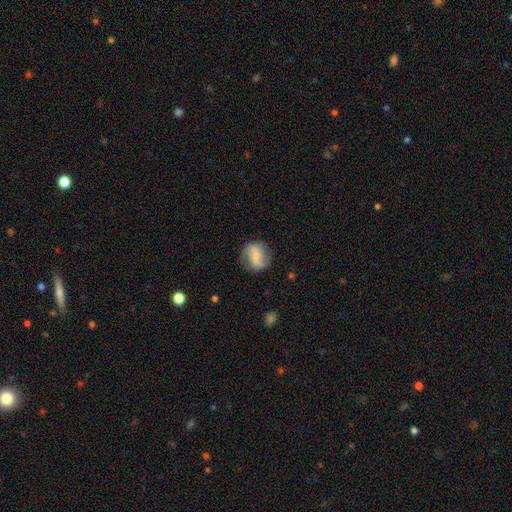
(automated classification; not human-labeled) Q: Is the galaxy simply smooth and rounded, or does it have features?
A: featured or disk — 54%.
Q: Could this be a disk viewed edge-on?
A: no — 96%.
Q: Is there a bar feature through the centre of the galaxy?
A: strong — 41%.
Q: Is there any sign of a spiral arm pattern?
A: yes — 78%.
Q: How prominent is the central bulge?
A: small — 56%.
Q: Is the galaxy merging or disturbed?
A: none — 76%.